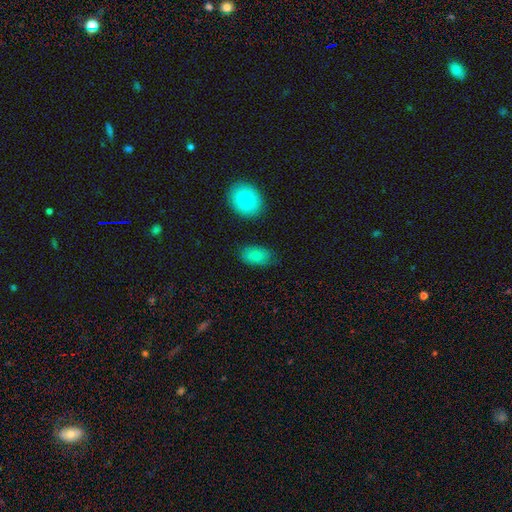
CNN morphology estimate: This appears to be a smooth galaxy with no disk features (84%) that is in between round and cigar-shaped (91%). Merging: none (76%).